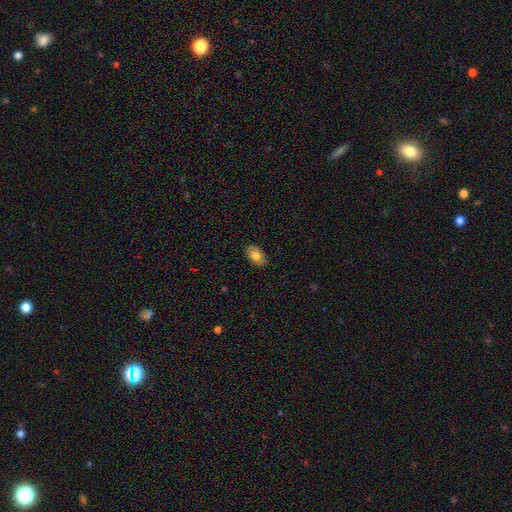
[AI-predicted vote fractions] Q: Smooth or featured?
A: smooth (77%); runner-up: featured or disk (15%)
Q: How rounded?
A: in between (88%); runner-up: round (11%)
Q: Merging?
A: none (87%); runner-up: minor disturbance (10%)